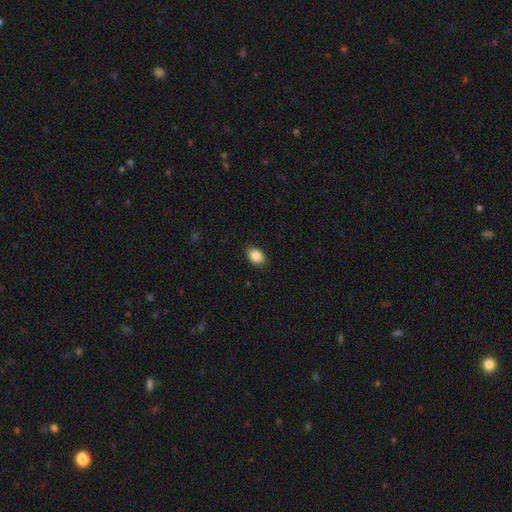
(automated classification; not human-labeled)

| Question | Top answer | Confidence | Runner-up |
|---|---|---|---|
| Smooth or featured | smooth | 89% | star or artifact (8%) |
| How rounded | in between | 82% | round (16%) |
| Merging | none | 88% | minor disturbance (9%) |